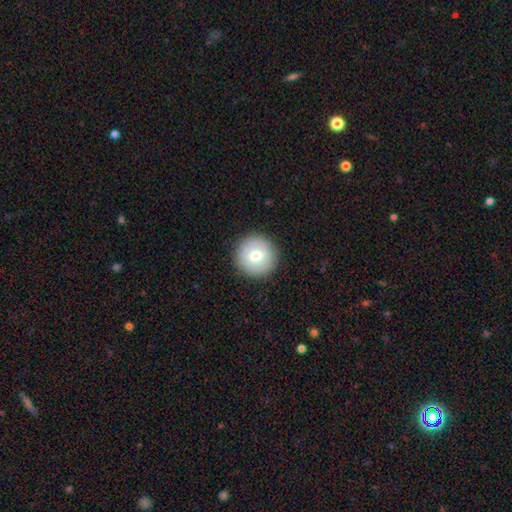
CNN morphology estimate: smooth-or-featured: smooth: 74% | featured or disk: 17% | star or artifact: 8%
  how-rounded: round: 96% | in between: 3% | cigar-shaped: 1%
  merging: none: 91% | minor disturbance: 6% | major disturbance: 2% | merger: 1%